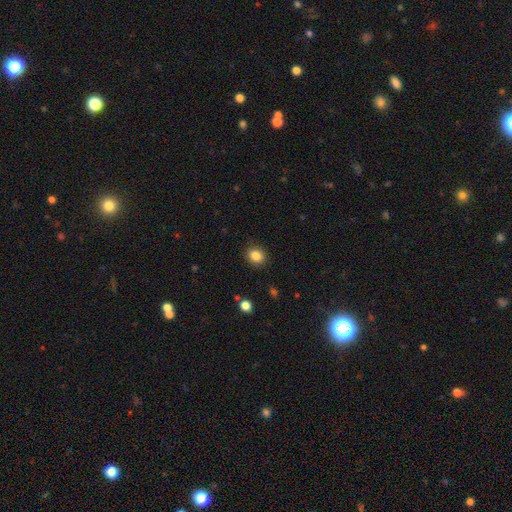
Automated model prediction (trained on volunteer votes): A smooth galaxy with no disk features (85%) that is round (70%). Merging: none (90%).